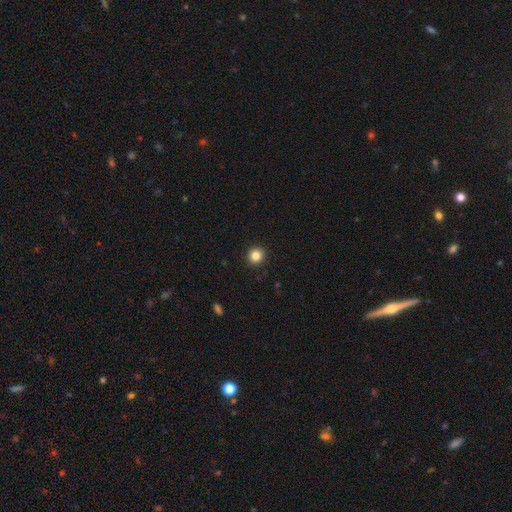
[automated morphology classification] Smooth or featured?
  - smooth: 85% *
  - star or artifact: 11%
  - featured or disk: 4%
How rounded?
  - round: 92% *
  - in between: 7%
  - cigar-shaped: 1%
Merging?
  - none: 93% *
  - minor disturbance: 5%
  - major disturbance: 2%
  - merger: 1%